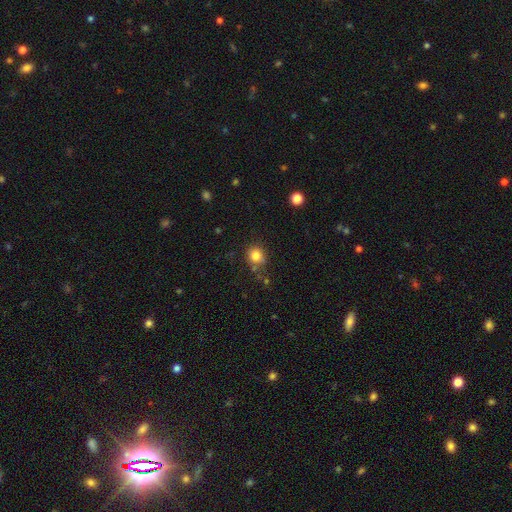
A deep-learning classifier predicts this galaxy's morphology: Q: Smooth or featured?
A: smooth (81%); runner-up: star or artifact (12%)
Q: How rounded?
A: round (84%); runner-up: in between (15%)
Q: Merging?
A: none (74%); runner-up: minor disturbance (15%)